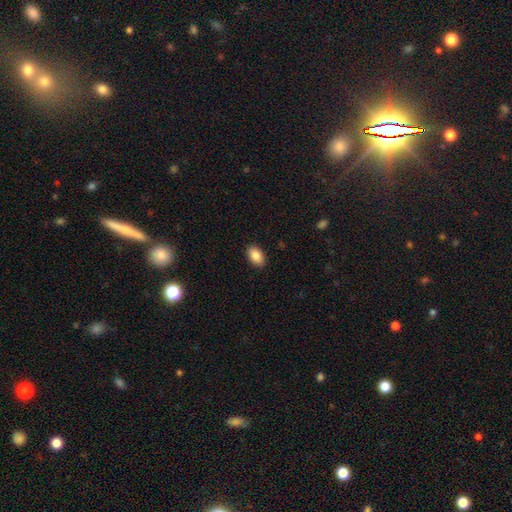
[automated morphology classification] Q: Smooth or featured?
A: smooth (87%); runner-up: star or artifact (7%)
Q: How rounded?
A: in between (90%); runner-up: round (9%)
Q: Merging?
A: none (89%); runner-up: minor disturbance (8%)